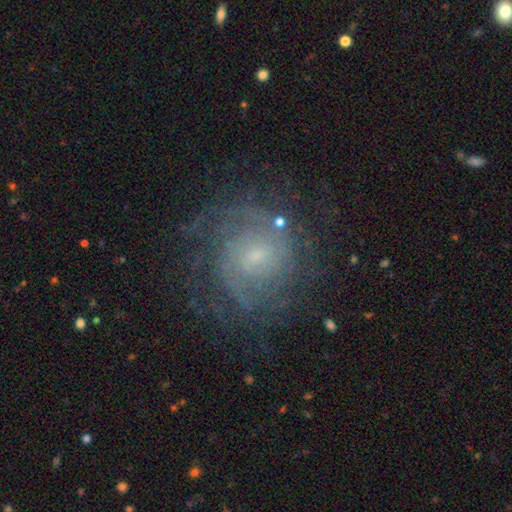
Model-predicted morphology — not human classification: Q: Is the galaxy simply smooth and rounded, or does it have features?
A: featured or disk — 77%.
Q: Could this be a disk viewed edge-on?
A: no — 98%.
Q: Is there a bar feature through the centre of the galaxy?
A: no — 62%.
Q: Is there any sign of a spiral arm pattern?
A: yes — 93%.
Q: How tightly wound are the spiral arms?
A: tight — 61%.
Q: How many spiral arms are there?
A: can't tell — 42%.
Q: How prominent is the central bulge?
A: small — 72%.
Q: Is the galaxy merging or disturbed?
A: none — 75%.